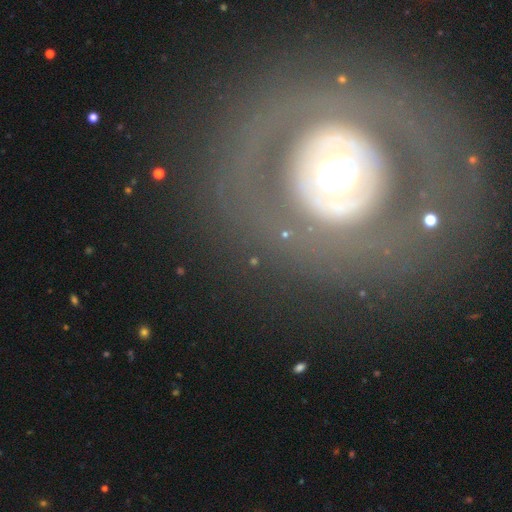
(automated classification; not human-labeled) Smooth or featured? featured or disk (67%)
Edge-on disk? no (92%)
Bar? no (75%)
Spiral arms? no (73%)
Bulge size? moderate (50%)
Merging? none (78%)